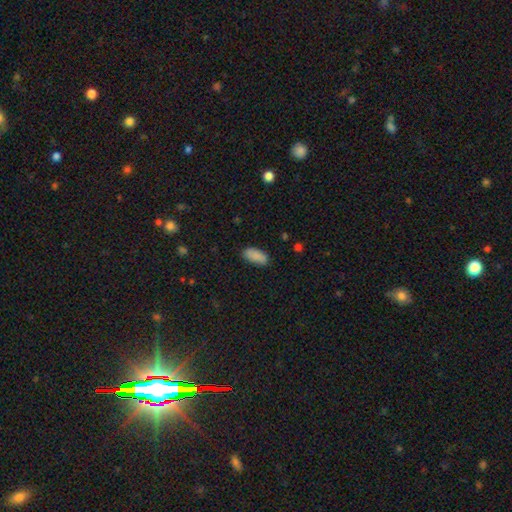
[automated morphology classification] Overall: smooth (88%). How rounded: in between (90%). Merging: none (82%).